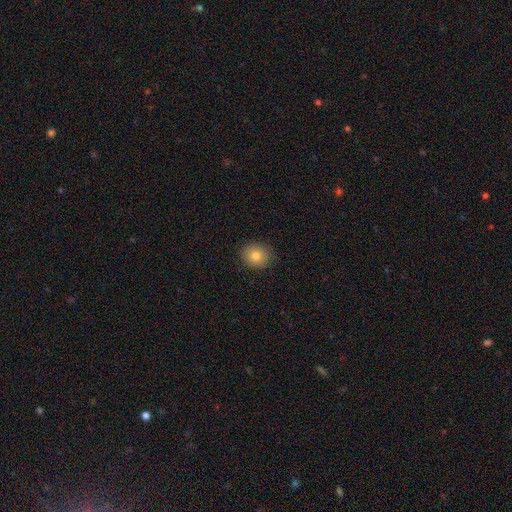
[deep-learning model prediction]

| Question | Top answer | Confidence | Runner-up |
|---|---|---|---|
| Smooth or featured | smooth | 80% | star or artifact (10%) |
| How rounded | round | 72% | in between (27%) |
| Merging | none | 88% | minor disturbance (9%) |